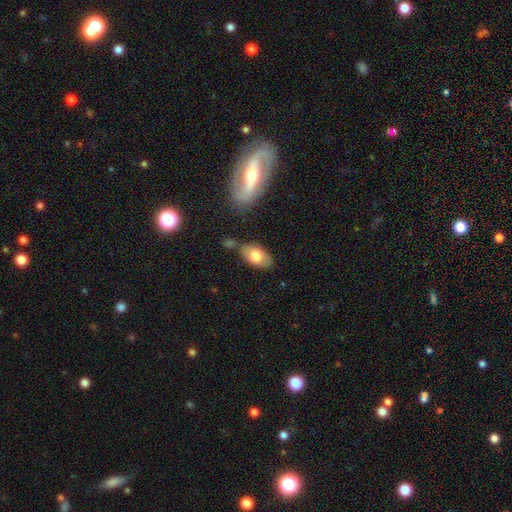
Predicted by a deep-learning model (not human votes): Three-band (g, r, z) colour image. It shows a smooth galaxy with no disk features (76%) that is in between round and cigar-shaped (93%). Merging: none (70%).